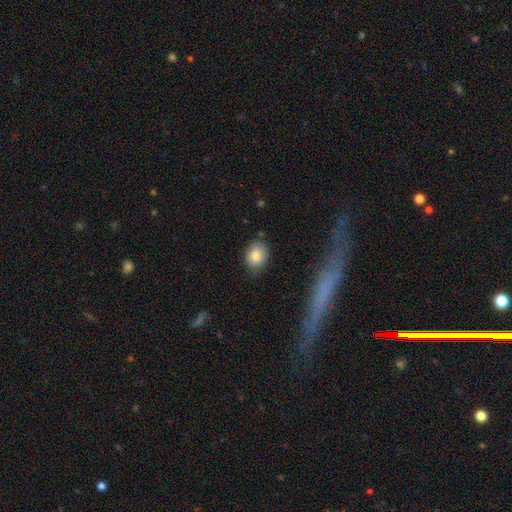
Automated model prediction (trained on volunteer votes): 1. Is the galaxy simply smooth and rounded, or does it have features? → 82% smooth, 10% featured or disk, 8% star or artifact.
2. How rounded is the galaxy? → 57% in between, 42% round, 1% cigar-shaped.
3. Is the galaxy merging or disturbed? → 75% none, 19% minor disturbance, 4% major disturbance, 2% merger.